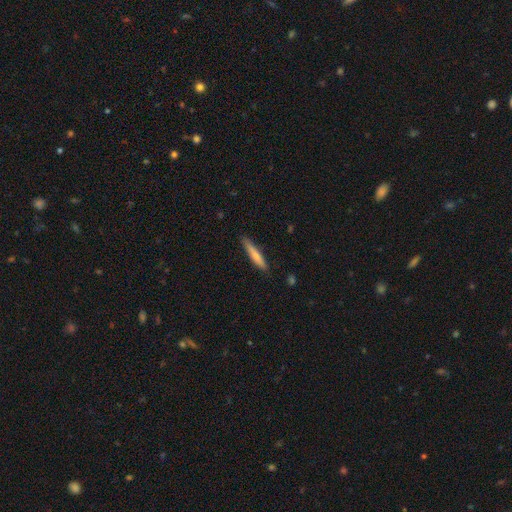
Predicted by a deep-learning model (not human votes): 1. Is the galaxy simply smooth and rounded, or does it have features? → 72% smooth, 22% featured or disk, 6% star or artifact.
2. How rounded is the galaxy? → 92% cigar-shaped, 7% in between, 1% round.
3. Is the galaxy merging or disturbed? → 83% none, 13% minor disturbance, 2% major disturbance, 1% merger.